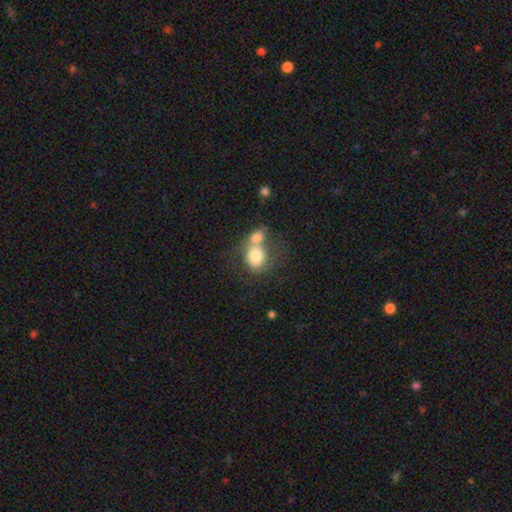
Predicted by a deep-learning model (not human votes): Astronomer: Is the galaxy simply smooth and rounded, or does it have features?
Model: smooth — 70%.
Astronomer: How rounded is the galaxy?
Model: round — 63%.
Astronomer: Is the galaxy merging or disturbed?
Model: merger — 62%.